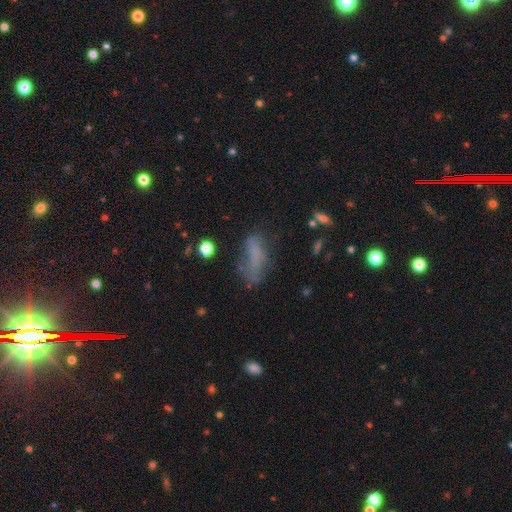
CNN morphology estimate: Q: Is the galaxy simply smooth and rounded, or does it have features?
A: smooth — 61%.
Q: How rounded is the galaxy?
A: in between — 73%.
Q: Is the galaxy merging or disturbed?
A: none — 37%.